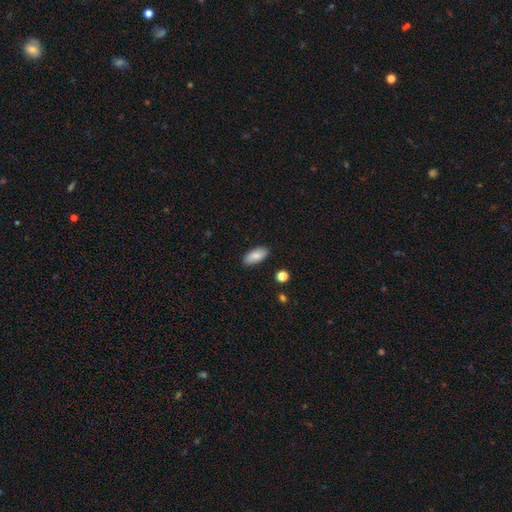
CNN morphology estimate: A smooth galaxy with no disk features (84%) that is in between round and cigar-shaped (90%). Merging: none (88%).